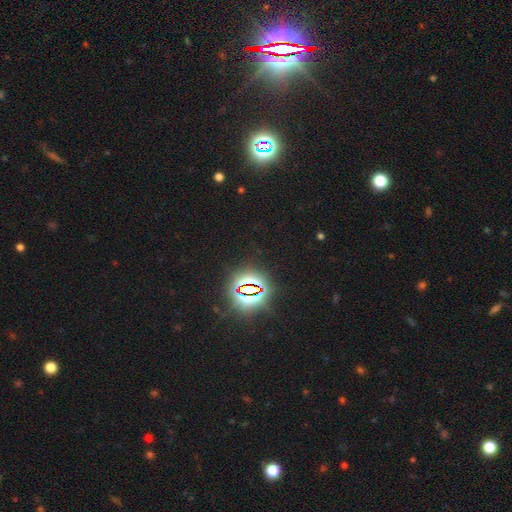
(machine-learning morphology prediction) A star or artifact, not a galaxy (82%).

Vote fractions:
- Smooth or featured? star or artifact: 82% / smooth: 11% / featured or disk: 7%